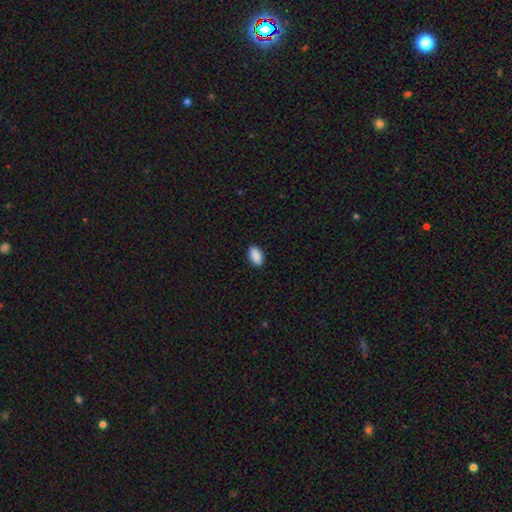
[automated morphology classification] type=smooth (90%); roundness=in between (93%); merging=none (89%).